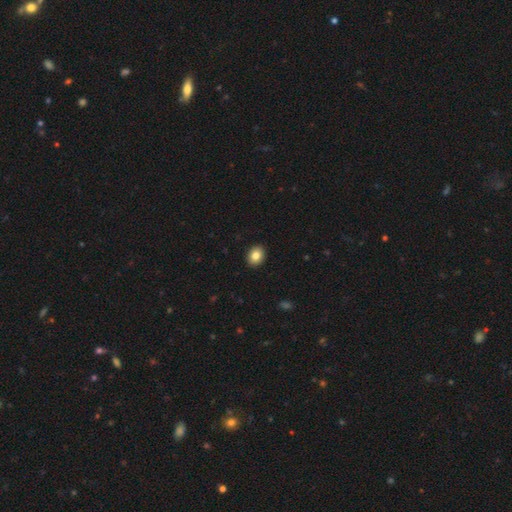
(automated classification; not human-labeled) A smooth galaxy with no disk features (84%) that is in between round and cigar-shaped (56%). Merging: none (92%).